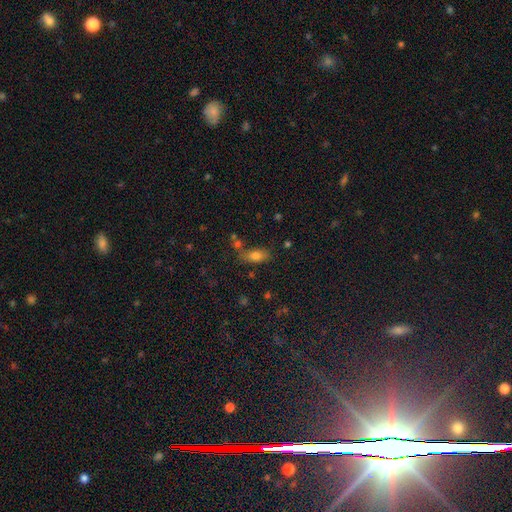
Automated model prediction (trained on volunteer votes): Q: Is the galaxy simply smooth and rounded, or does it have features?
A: smooth — 77%.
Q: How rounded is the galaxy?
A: in between — 83%.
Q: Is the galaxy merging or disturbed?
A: none — 63%.